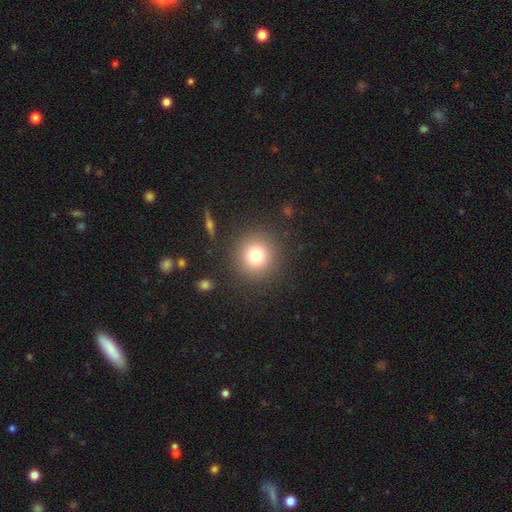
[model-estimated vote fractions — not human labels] Overall: smooth (76%). How rounded: round (94%). Merging: none (89%).